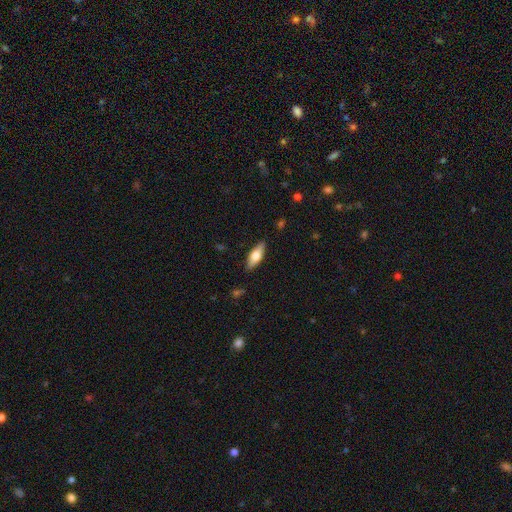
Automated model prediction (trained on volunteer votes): smooth_or_featured: smooth (p=0.59) [alt: featured or disk p=0.35]
how_rounded: in between (p=0.61) [alt: cigar-shaped p=0.37]
merging: none (p=0.87) [alt: minor disturbance p=0.10]